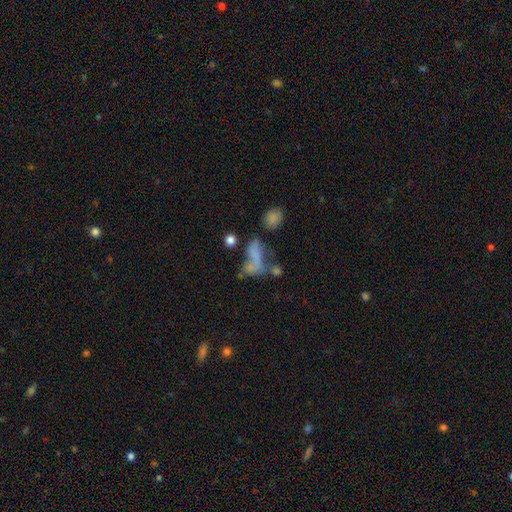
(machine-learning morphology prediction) Smooth or featured? Predicted: smooth (p=0.50). Merging? Predicted: major disturbance (p=0.31).